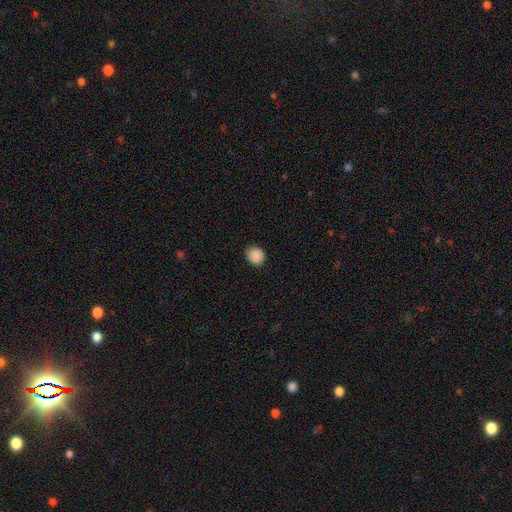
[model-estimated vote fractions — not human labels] Smooth or featured: smooth — 89% (star or artifact — 9%)
How rounded: round — 82% (in between — 17%)
Merging: none — 89% (minor disturbance — 8%)